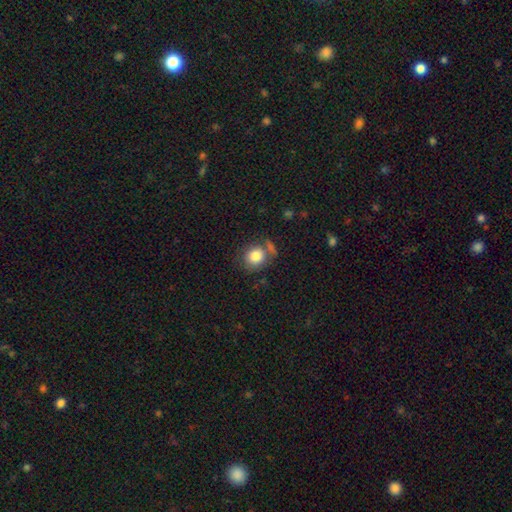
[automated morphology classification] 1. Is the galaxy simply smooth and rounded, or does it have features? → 83% smooth, 9% star or artifact, 9% featured or disk.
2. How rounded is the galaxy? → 77% round, 22% in between, 1% cigar-shaped.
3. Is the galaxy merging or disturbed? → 63% none, 16% minor disturbance, 15% merger, 6% major disturbance.